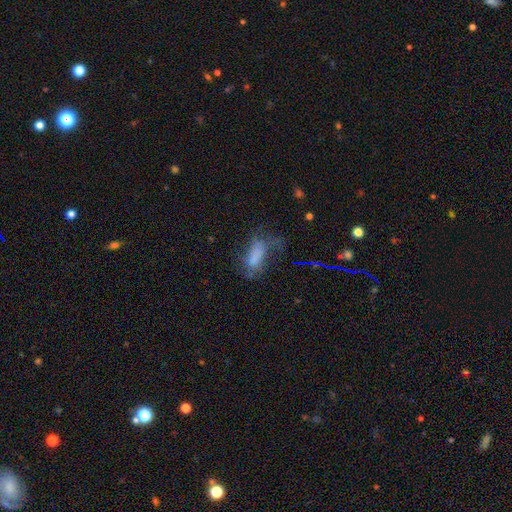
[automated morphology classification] Smooth or featured? Predicted: smooth (p=0.59). How rounded? Predicted: in between (p=0.79). Merging? Predicted: major disturbance (p=0.45).